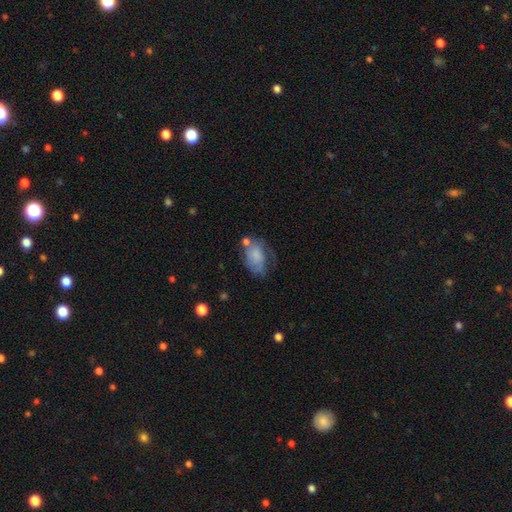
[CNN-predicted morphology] smooth 62%, featured or disk 29%, star or artifact 8%. Down the decision tree: how rounded — in between (84%); merging — none (37%).